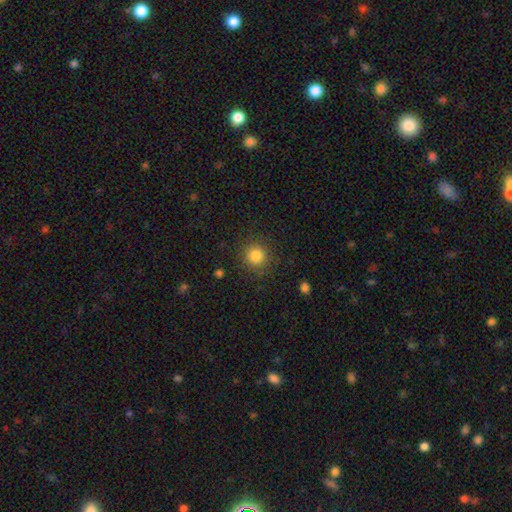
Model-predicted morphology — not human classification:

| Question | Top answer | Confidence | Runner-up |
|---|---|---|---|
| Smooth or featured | smooth | 84% | star or artifact (11%) |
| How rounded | round | 94% | in between (5%) |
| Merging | none | 88% | minor disturbance (8%) |